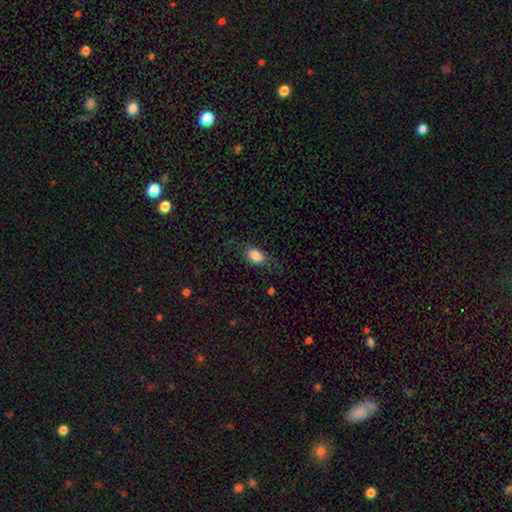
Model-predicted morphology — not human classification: Smooth or featured: smooth — 83% (featured or disk — 9%)
How rounded: in between — 87% (round — 10%)
Merging: none — 71% (minor disturbance — 19%)